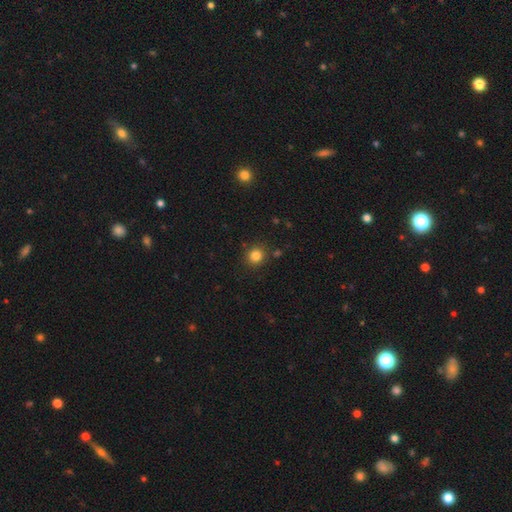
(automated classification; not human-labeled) Smooth or featured? Predicted: smooth (p=0.83). How rounded? Predicted: round (p=0.88). Merging? Predicted: none (p=0.87).